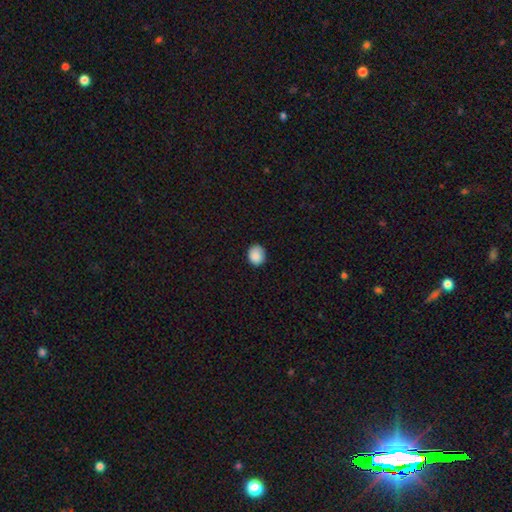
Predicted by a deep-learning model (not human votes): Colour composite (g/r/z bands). It shows a smooth galaxy with no disk features (87%) that is round (76%). Merging: none (78%).